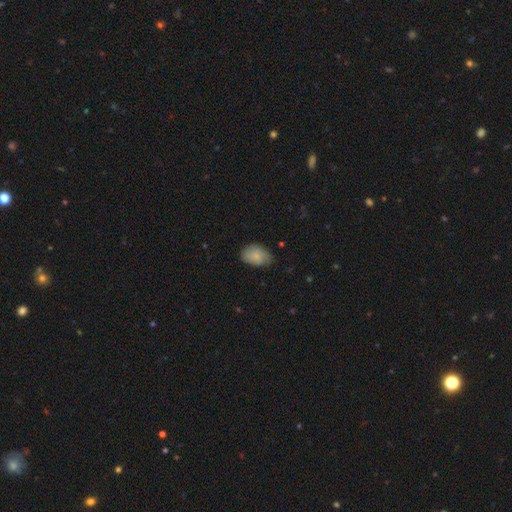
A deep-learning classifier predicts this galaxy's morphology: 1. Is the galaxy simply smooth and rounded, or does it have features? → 85% smooth, 8% featured or disk, 7% star or artifact.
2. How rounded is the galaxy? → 88% in between, 11% round, 1% cigar-shaped.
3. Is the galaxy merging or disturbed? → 69% none, 26% minor disturbance, 4% major disturbance, 1% merger.